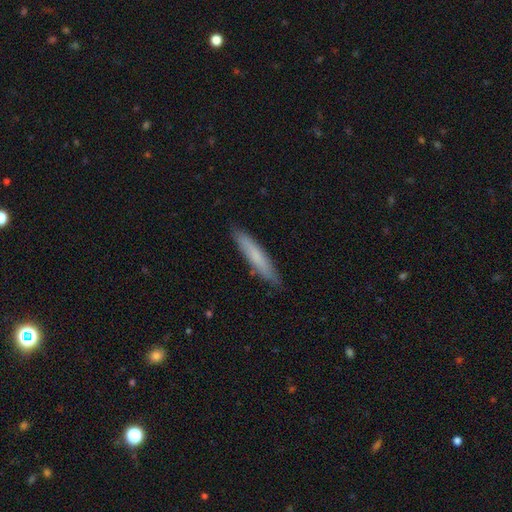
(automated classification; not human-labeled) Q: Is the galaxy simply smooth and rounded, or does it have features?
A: smooth — 71%.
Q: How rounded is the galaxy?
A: cigar-shaped — 92%.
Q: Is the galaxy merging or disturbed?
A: none — 89%.